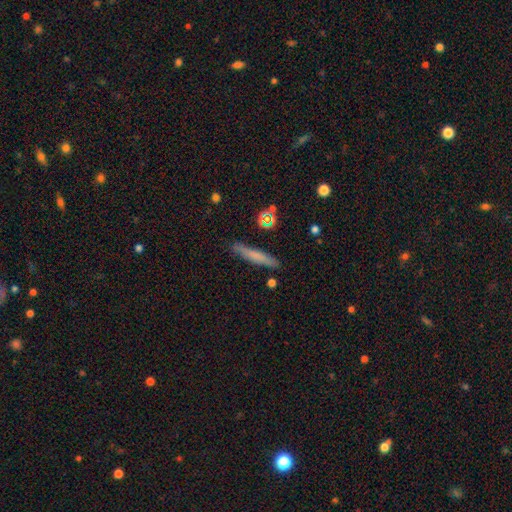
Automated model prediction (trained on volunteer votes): A smooth galaxy with no disk features (64%) that is cigar-shaped (93%).

Vote fractions:
- Smooth or featured? smooth: 64% / featured or disk: 27% / star or artifact: 9%
- How rounded? cigar-shaped: 93% / in between: 5% / round: 2%
- Merging? none: 87% / minor disturbance: 9% / merger: 2% / major disturbance: 2%